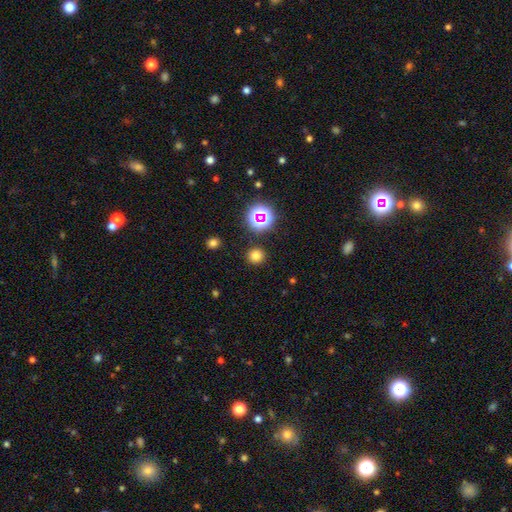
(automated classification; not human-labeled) This is likely a smooth galaxy (74%). How rounded: clearly round (92%). Merging: clearly none (90%).